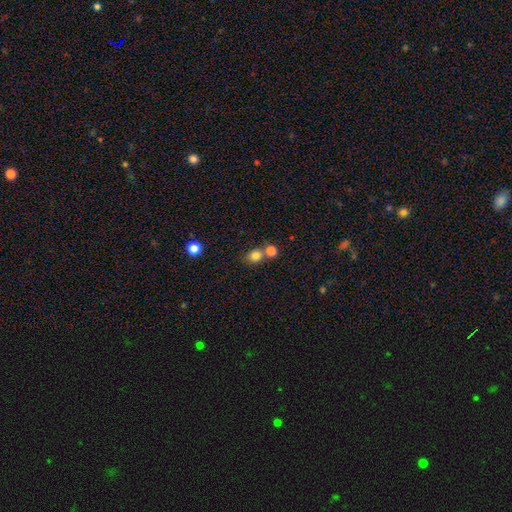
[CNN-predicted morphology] This appears to be a smooth galaxy with no disk features (81%) that is round (74%). Merging: none (49%).